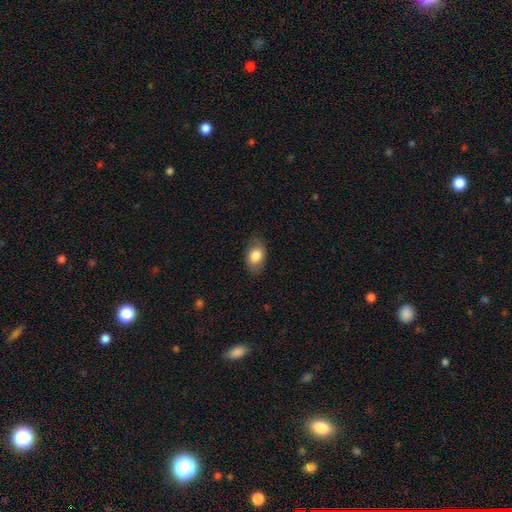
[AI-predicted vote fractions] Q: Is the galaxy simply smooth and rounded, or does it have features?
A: smooth — 80%.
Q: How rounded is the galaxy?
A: in between — 87%.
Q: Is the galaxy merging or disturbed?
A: none — 80%.